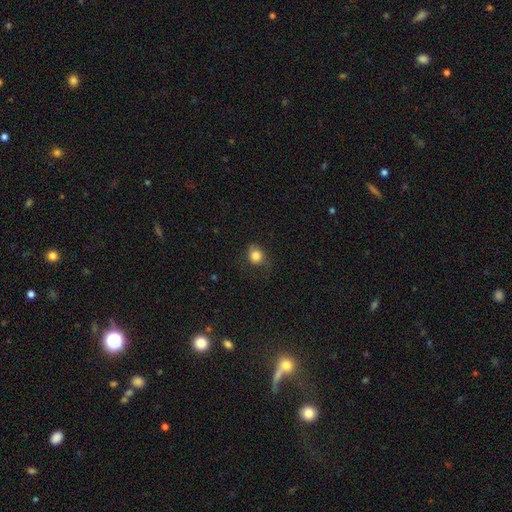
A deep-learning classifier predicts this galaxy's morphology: Smooth or featured? smooth (84%)
How rounded? round (73%)
Merging? none (68%)